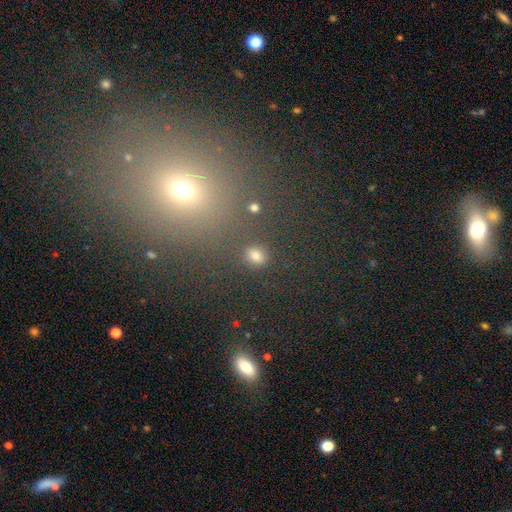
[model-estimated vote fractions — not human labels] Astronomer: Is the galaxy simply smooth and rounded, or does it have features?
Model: smooth — 73%.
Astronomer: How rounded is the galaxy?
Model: round — 69%.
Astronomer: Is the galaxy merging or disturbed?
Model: none — 83%.